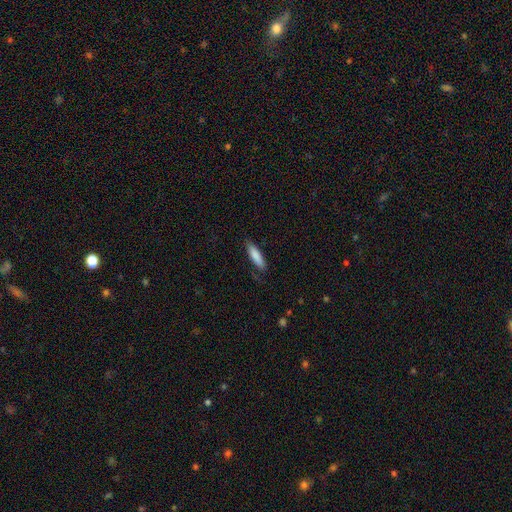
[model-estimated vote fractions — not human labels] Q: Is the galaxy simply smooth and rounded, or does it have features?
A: smooth — 83%.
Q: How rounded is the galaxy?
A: cigar-shaped — 70%.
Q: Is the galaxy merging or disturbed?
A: none — 78%.